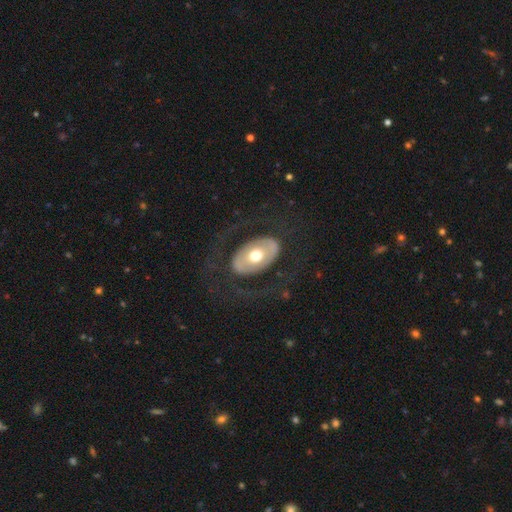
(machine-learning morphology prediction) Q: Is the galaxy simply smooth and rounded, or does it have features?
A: featured or disk — 56%.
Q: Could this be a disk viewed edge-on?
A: no — 91%.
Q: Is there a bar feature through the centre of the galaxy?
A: no — 80%.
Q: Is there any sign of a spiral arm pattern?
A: no — 69%.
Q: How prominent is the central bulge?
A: moderate — 64%.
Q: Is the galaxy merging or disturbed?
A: none — 73%.